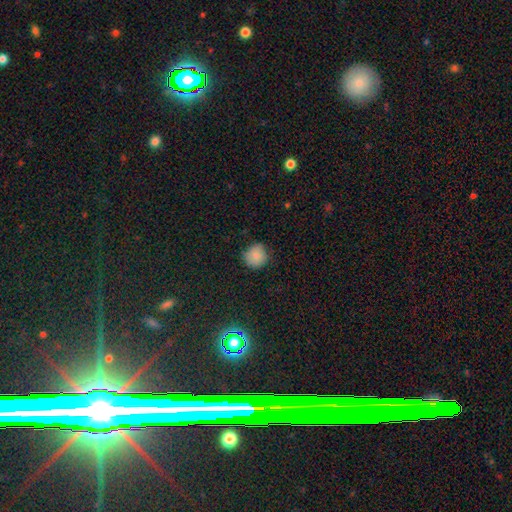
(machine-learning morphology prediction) Smooth or featured? Predicted: smooth (p=0.83). How rounded? Predicted: round (p=0.88). Merging? Predicted: none (p=0.73).